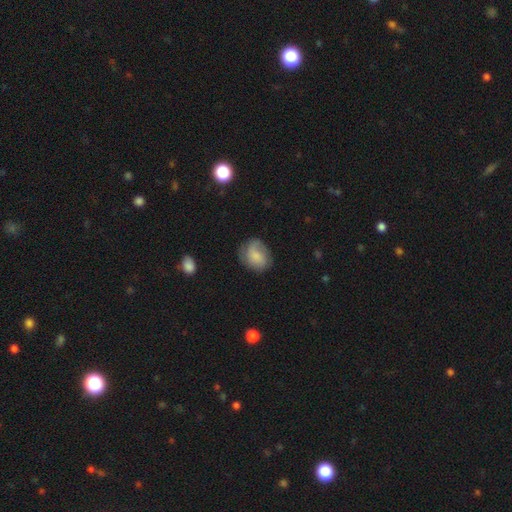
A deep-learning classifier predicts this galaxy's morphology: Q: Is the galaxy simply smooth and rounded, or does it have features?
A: smooth — 63%.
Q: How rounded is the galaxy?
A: in between — 50%.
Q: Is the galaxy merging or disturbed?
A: none — 63%.